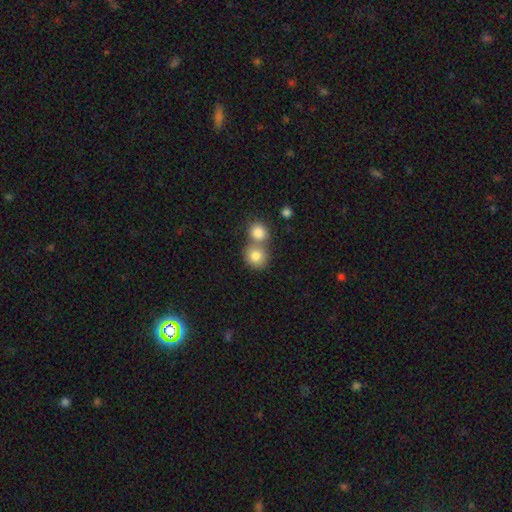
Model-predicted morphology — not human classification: Overall: smooth (82%). How rounded: round (84%). Merging: merger (48%; none 43%).